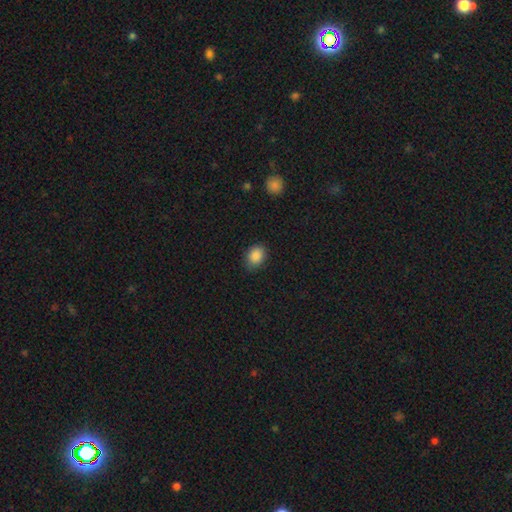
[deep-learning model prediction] smooth-or-featured: smooth: 88% | star or artifact: 9% | featured or disk: 4%
  how-rounded: in between: 58% | round: 41% | cigar-shaped: 1%
  merging: none: 82% | minor disturbance: 14% | major disturbance: 3% | merger: 1%